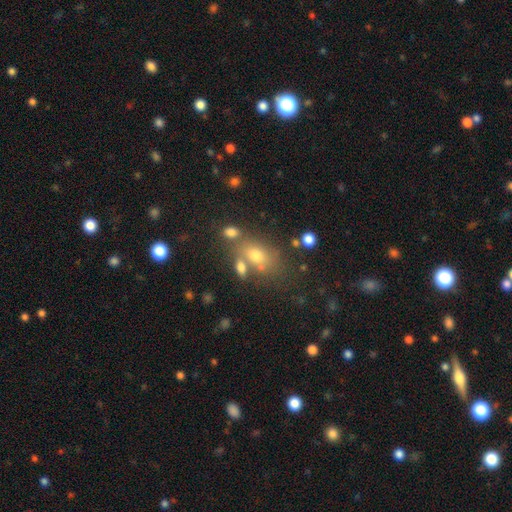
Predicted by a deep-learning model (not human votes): Smooth or featured?
  - smooth: 68% *
  - star or artifact: 16%
  - featured or disk: 16%
How rounded?
  - in between: 74% *
  - round: 23%
  - cigar-shaped: 3%
Merging?
  - none: 54% *
  - merger: 24%
  - minor disturbance: 15%
  - major disturbance: 7%